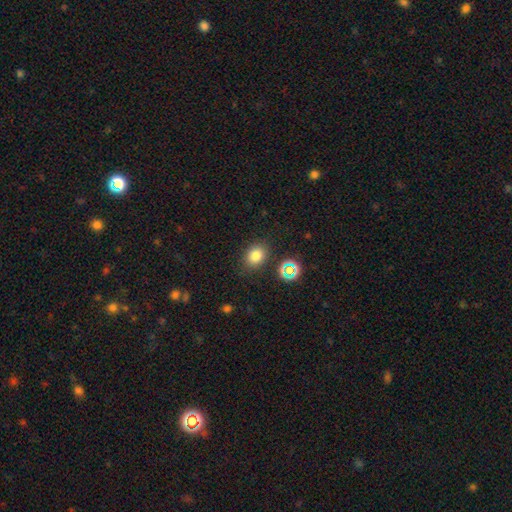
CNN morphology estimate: type=smooth (76%); roundness=in between (50%); merging=none (82%).